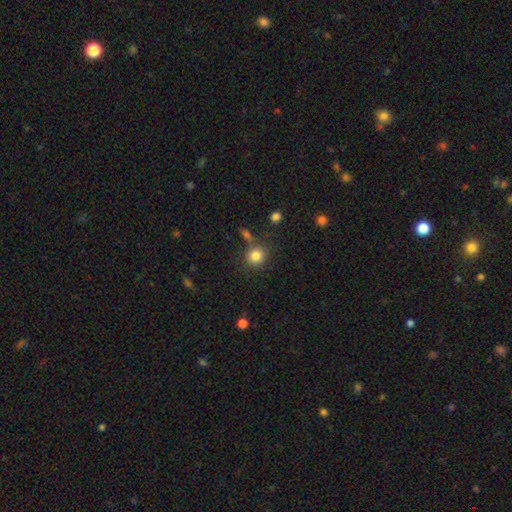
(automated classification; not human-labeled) This is clearly a smooth galaxy (83%). How rounded: clearly round (83%). Merging: likely none (75%).